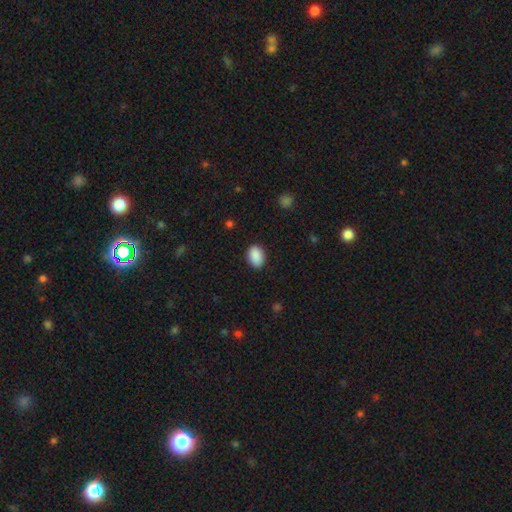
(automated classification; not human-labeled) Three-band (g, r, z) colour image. It shows a smooth galaxy with no disk features (90%) that is in between round and cigar-shaped (79%). Merging: none (88%).